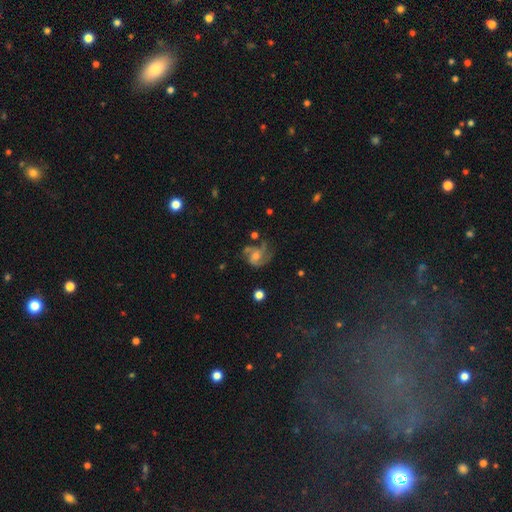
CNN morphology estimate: featured or disk 73%, smooth 16%, star or artifact 11%. Down the decision tree: edge-on disk — no (98%); bar — no (64%); spiral arms — yes (91%); spiral arm count — 2 (35%); spiral winding — medium (51%); bulge size — moderate (52%); merging — none (50%).